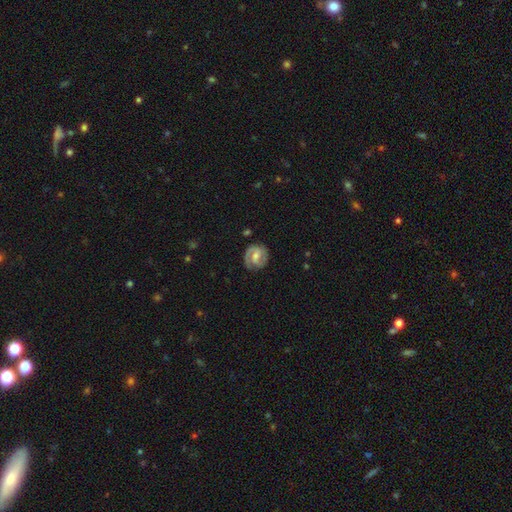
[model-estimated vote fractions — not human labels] A featured or disk galaxy (73%) with a weak bar (51%), 2 (74%) tight (54%) spiral arms (89%) and a moderate central bulge (57%).

Vote fractions:
- Smooth or featured? featured or disk: 73% / smooth: 21% / star or artifact: 6%
- Edge-on disk? no: 97% / yes: 3%
- Bar? weak: 51% / no: 25% / strong: 24%
- Spiral arms? yes: 89% / no: 11%
- Spiral winding? tight: 54% / medium: 36% / loose: 10%
- Spiral arm count? 2: 74% / 1: 11% / can't tell: 10% / 3: 2% / 4: 1% / more than 4: 1%
- Bulge size? moderate: 57% / small: 31% / large: 6% / none: 5% / dominant: 1%
- Merging? none: 76% / minor disturbance: 16% / major disturbance: 6% / merger: 2%